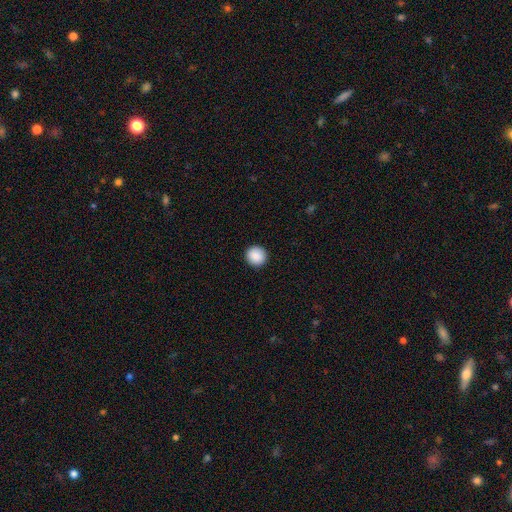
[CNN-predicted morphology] Q: Smooth or featured?
A: smooth (90%); runner-up: star or artifact (8%)
Q: How rounded?
A: round (93%); runner-up: in between (6%)
Q: Merging?
A: none (93%); runner-up: minor disturbance (5%)